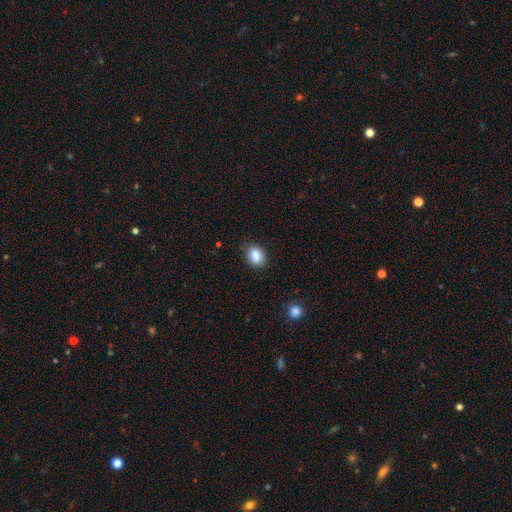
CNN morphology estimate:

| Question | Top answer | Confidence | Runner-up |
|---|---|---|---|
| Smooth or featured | smooth | 86% | star or artifact (9%) |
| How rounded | in between | 67% | round (32%) |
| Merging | none | 84% | minor disturbance (12%) |